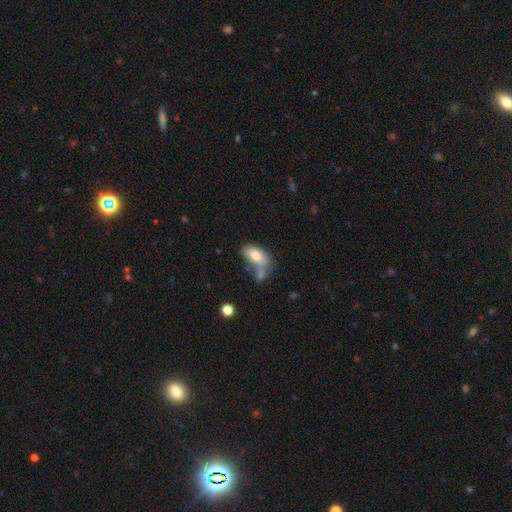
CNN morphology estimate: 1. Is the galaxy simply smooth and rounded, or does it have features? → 75% smooth, 18% featured or disk, 7% star or artifact.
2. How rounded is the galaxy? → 91% in between, 5% cigar-shaped, 4% round.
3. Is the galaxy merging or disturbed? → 38% none, 34% merger, 19% minor disturbance, 9% major disturbance.